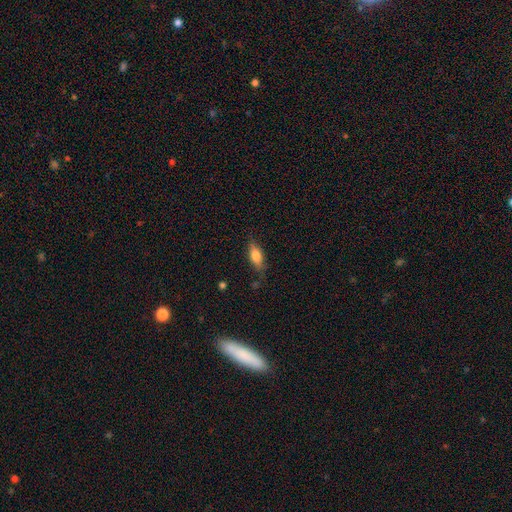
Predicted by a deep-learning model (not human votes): smooth-or-featured: smooth: 73% | featured or disk: 20% | star or artifact: 7%
  how-rounded: in between: 75% | cigar-shaped: 22% | round: 3%
  merging: none: 75% | minor disturbance: 19% | major disturbance: 4% | merger: 2%